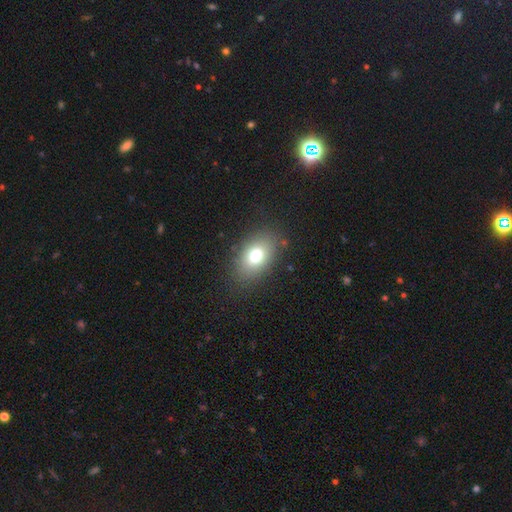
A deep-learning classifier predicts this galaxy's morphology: A smooth galaxy with no disk features (76%) that is in between round and cigar-shaped (85%). Merging: none (83%).